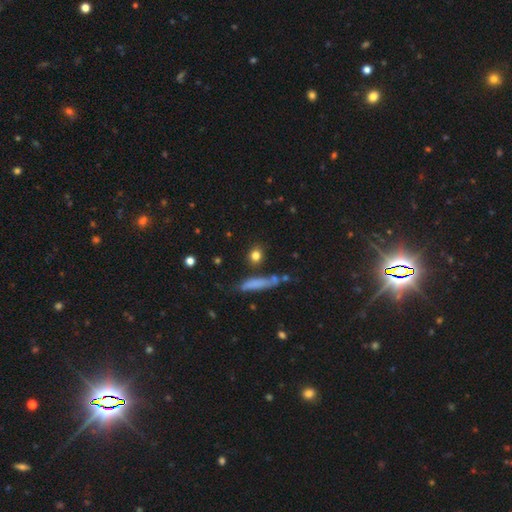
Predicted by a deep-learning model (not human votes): smooth-or-featured: smooth: 80% | star or artifact: 11% | featured or disk: 9%
  how-rounded: round: 61% | in between: 25% | cigar-shaped: 14%
  merging: none: 79% | minor disturbance: 10% | merger: 7% | major disturbance: 3%